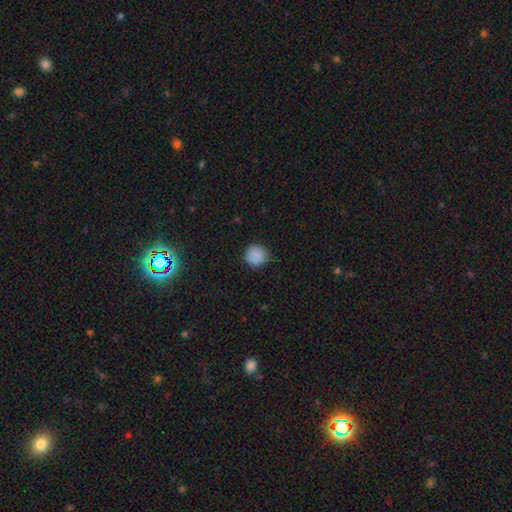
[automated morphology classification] Smooth or featured: smooth — 87% (star or artifact — 9%)
How rounded: round — 92% (in between — 7%)
Merging: none — 84% (minor disturbance — 13%)